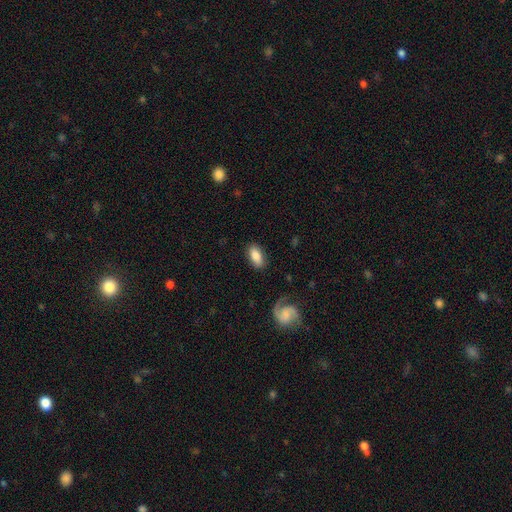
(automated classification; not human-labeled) smooth_or_featured: smooth (p=0.79) [alt: featured or disk p=0.14]
how_rounded: in between (p=0.90) [alt: cigar-shaped p=0.06]
merging: none (p=0.84) [alt: minor disturbance p=0.11]